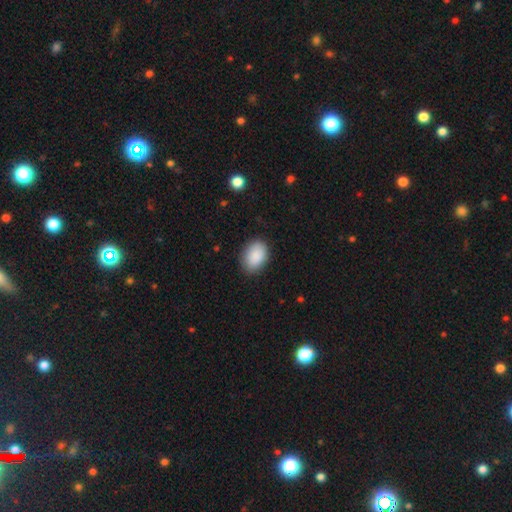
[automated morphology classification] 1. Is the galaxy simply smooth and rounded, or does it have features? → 89% smooth, 7% star or artifact, 4% featured or disk.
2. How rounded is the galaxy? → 82% in between, 17% round, 1% cigar-shaped.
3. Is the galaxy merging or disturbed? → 83% none, 13% minor disturbance, 3% major disturbance, 1% merger.